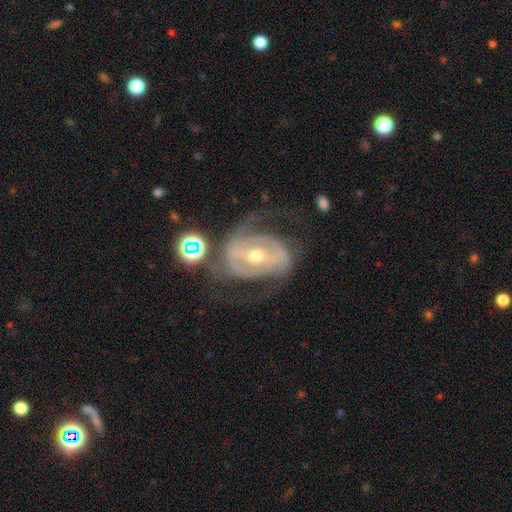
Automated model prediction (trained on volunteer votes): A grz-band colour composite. It shows a featured or disk galaxy (83%) with a strong bar (40%), 2 (70%) medium (44%) spiral arms (86%) and a moderate central bulge (60%). Merging: none (51%).